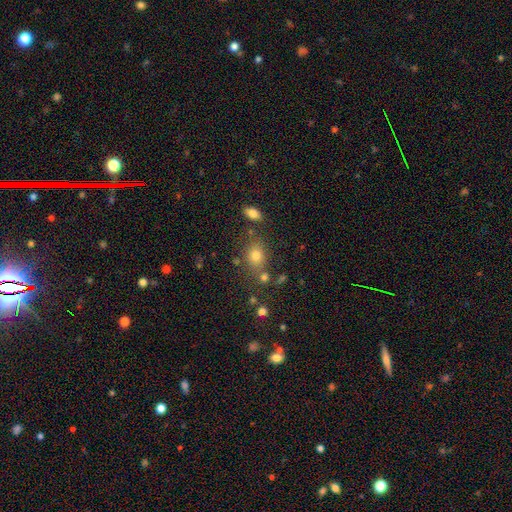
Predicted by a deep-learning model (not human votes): A smooth galaxy with no disk features (76%) that is in between round and cigar-shaped (53%). Merging: none (70%).